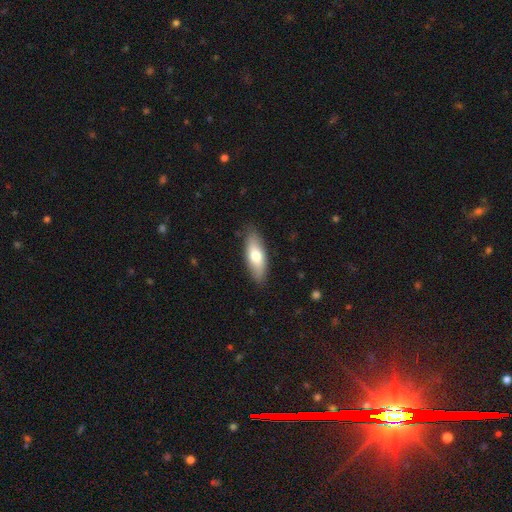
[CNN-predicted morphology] A smooth galaxy with no disk features (69%) that is in between round and cigar-shaped (68%). Merging: none (86%).